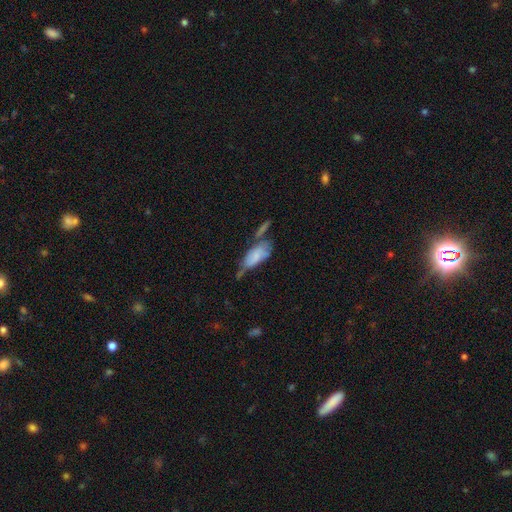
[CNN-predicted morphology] This is likely a smooth galaxy (66%). How rounded: clearly in between (85%). Merging: marginally minor disturbance (27%).